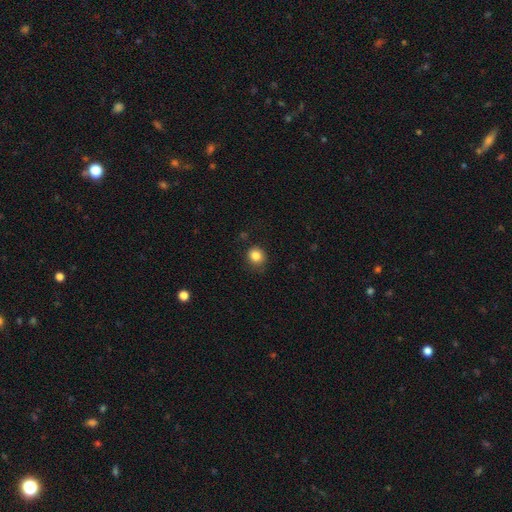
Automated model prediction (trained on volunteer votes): Smooth or featured?
  - smooth: 85% *
  - star or artifact: 11%
  - featured or disk: 5%
How rounded?
  - round: 83% *
  - in between: 16%
  - cigar-shaped: 1%
Merging?
  - none: 79% *
  - minor disturbance: 16%
  - major disturbance: 4%
  - merger: 2%